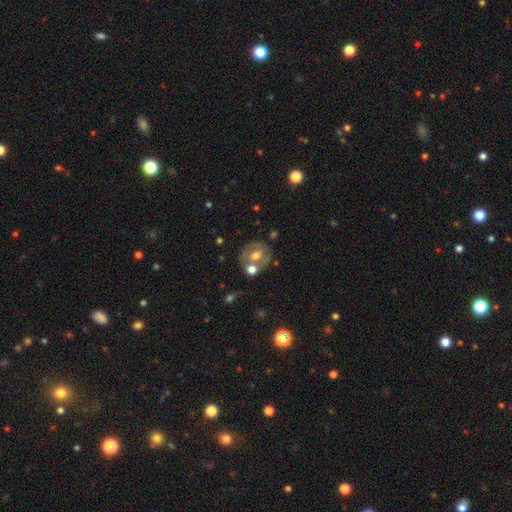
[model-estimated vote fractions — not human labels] Smooth or featured?
  - featured or disk: 62% *
  - smooth: 30%
  - star or artifact: 8%
Edge-on disk?
  - no: 96% *
  - yes: 4%
Bar?
  - no: 51% *
  - weak: 35%
  - strong: 15%
Spiral arms?
  - yes: 52% *
  - no: 48%
Bulge size?
  - moderate: 70% *
  - small: 15%
  - large: 11%
  - none: 2%
  - dominant: 1%
Merging?
  - none: 56% *
  - merger: 23%
  - minor disturbance: 15%
  - major disturbance: 6%